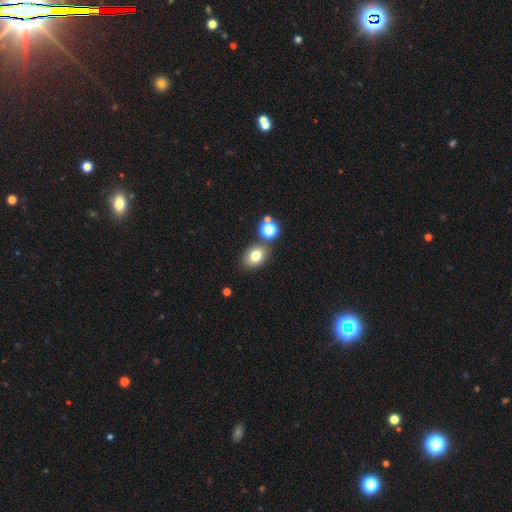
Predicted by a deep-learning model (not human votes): Smooth or featured?
  - smooth: 77% *
  - star or artifact: 13%
  - featured or disk: 10%
How rounded?
  - in between: 63% *
  - round: 35%
  - cigar-shaped: 1%
Merging?
  - none: 75% *
  - merger: 11%
  - minor disturbance: 11%
  - major disturbance: 3%